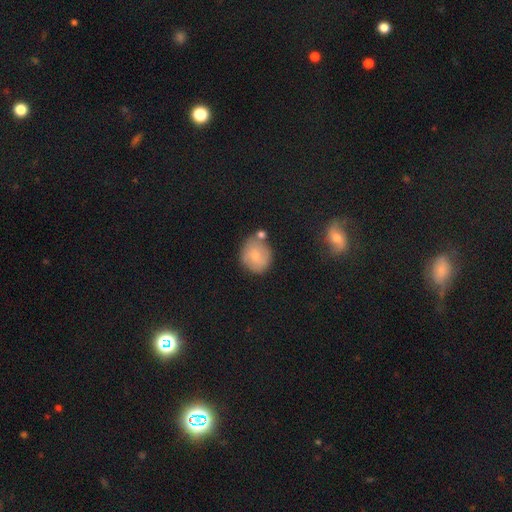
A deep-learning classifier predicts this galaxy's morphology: smooth-or-featured: smooth: 67% | featured or disk: 25% | star or artifact: 8%
  how-rounded: round: 79% | in between: 20% | cigar-shaped: 1%
  merging: none: 60% | minor disturbance: 19% | merger: 16% | major disturbance: 5%